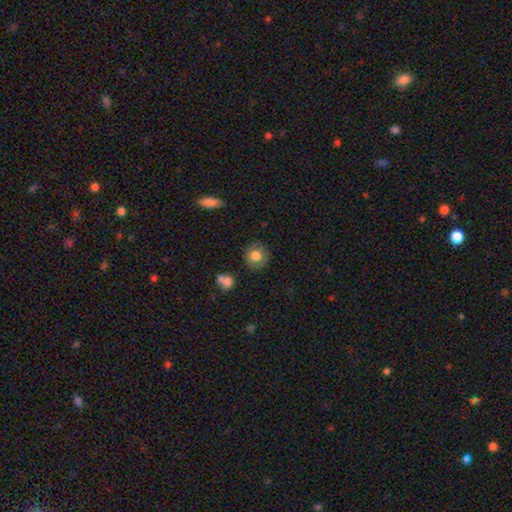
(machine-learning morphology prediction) Smooth or featured? Predicted: smooth (p=0.77). How rounded? Predicted: round (p=0.88). Merging? Predicted: none (p=0.84).